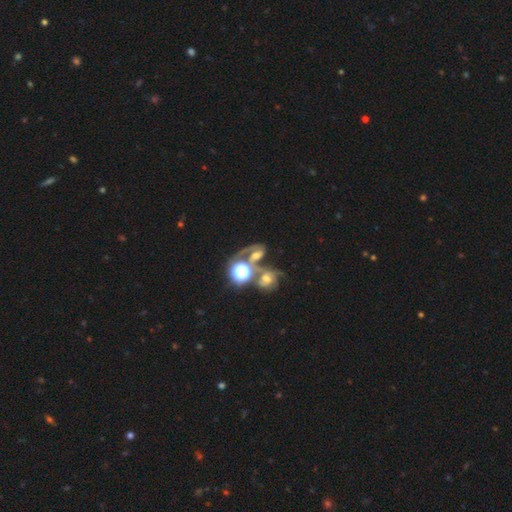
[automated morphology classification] A featured or disk galaxy (50%). Merging: merger (52%).